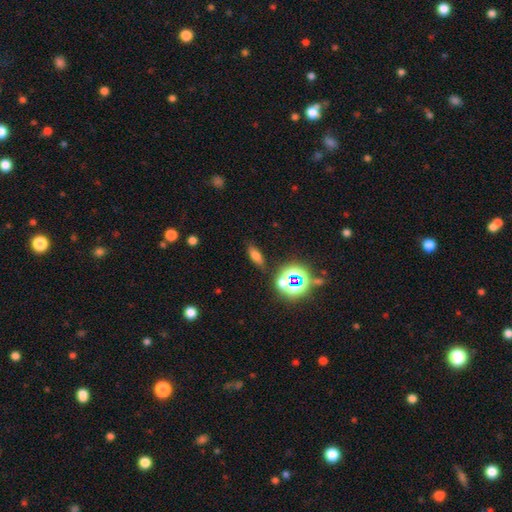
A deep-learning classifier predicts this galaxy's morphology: smooth 62%, star or artifact 26%, featured or disk 12%. Down the decision tree: how rounded — in between (67%); merging — none (81%).